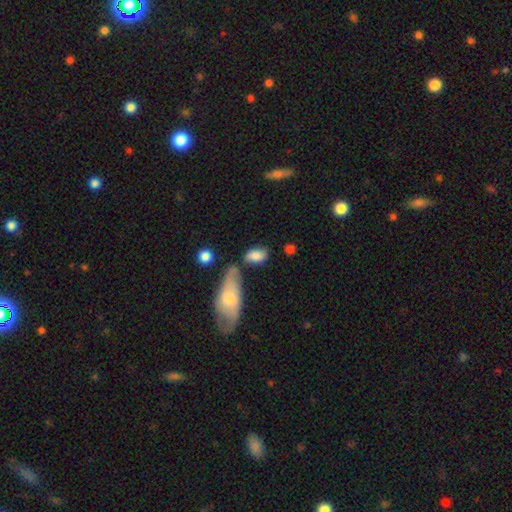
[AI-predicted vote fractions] The model was most divided on "merging": none: 56%, minor disturbance: 22%, merger: 14%, major disturbance: 8%. More confident: how rounded — in between (89%); smooth or featured — smooth (80%).